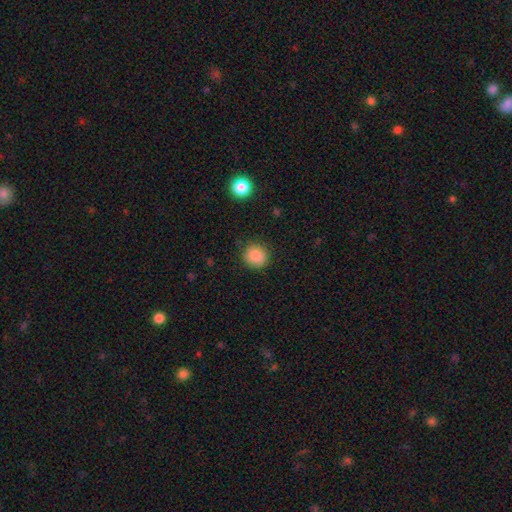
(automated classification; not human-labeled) The model was most divided on "how rounded": round: 87%, in between: 12%, cigar-shaped: 1%. More confident: merging — none (87%); smooth or featured — smooth (87%).